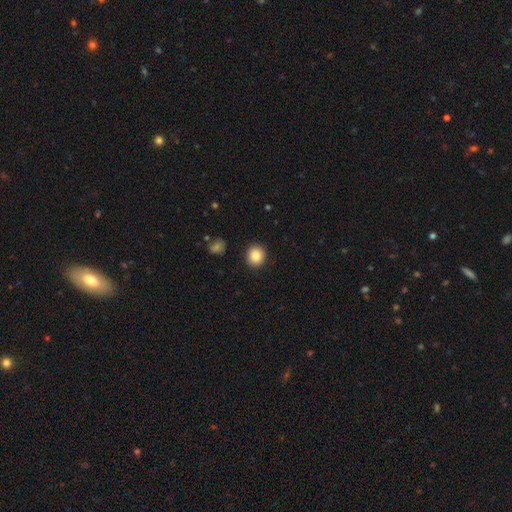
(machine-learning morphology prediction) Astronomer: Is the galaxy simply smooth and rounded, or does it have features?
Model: smooth — 85%.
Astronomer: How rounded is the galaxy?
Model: round — 88%.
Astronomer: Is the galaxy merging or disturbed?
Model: none — 92%.